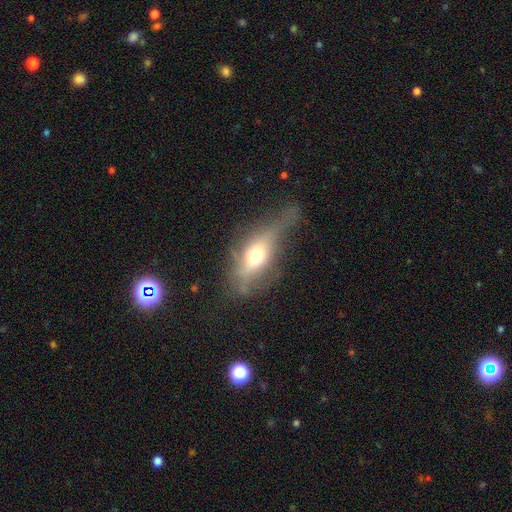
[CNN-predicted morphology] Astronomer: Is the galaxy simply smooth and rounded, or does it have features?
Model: smooth — 48% (runner-up: featured or disk, 42%).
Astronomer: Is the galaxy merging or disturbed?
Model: none — 35% (runner-up: major disturbance, 34%).